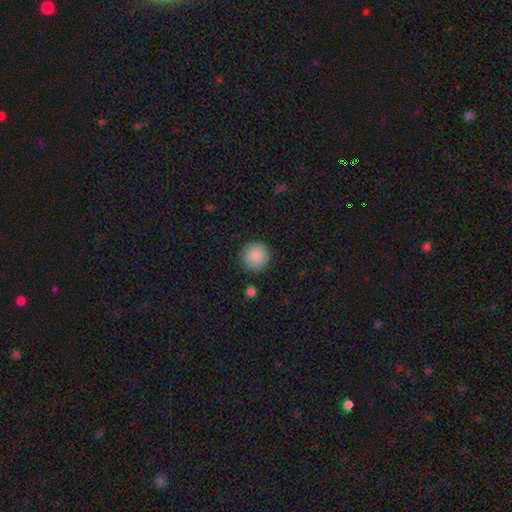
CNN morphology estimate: Q: Smooth or featured?
A: smooth (89%); runner-up: star or artifact (8%)
Q: How rounded?
A: round (95%); runner-up: in between (4%)
Q: Merging?
A: none (88%); runner-up: minor disturbance (8%)